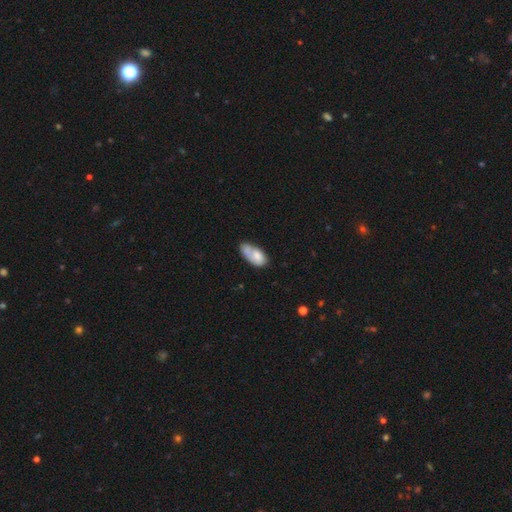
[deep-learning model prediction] Smooth or featured?
  - smooth: 69% *
  - featured or disk: 24%
  - star or artifact: 7%
How rounded?
  - in between: 89% *
  - cigar-shaped: 8%
  - round: 3%
Merging?
  - none: 38% *
  - minor disturbance: 29%
  - merger: 18%
  - major disturbance: 15%